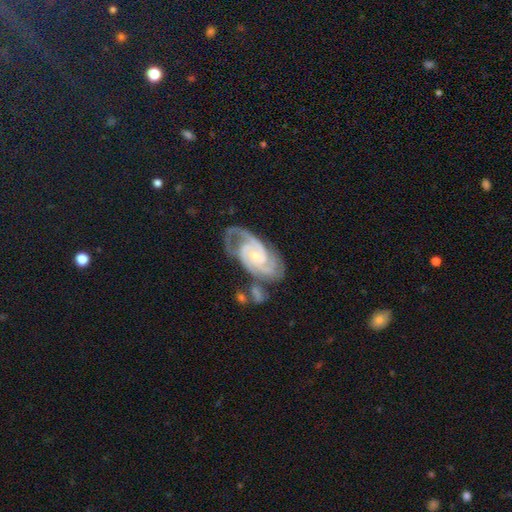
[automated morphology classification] A featured or disk galaxy (91%) with no bar (63%), 2 (50%) tight (59%) spiral arms (98%) and a small central bulge (67%). Merging: none (56%).